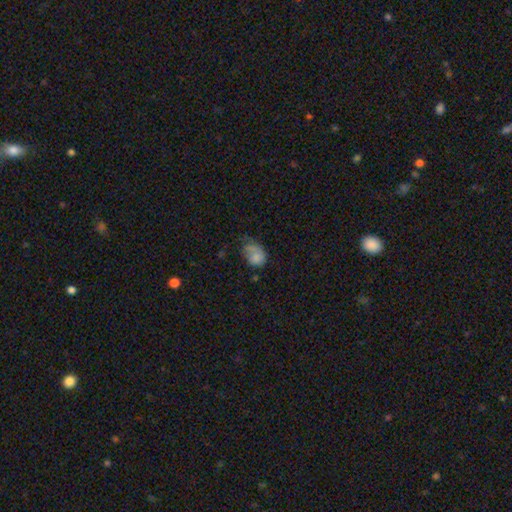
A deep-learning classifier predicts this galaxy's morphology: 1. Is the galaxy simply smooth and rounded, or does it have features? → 75% smooth, 15% featured or disk, 10% star or artifact.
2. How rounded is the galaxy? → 70% in between, 29% round, 1% cigar-shaped.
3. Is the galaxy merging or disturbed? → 34% minor disturbance (tied), 34% major disturbance (tied), 28% none, 4% merger.